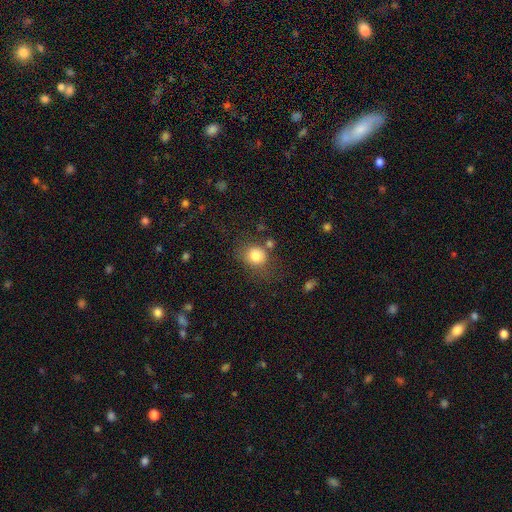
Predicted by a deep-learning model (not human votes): This appears to be a smooth galaxy with no disk features (81%) that is round (72%). Merging: none (64%).